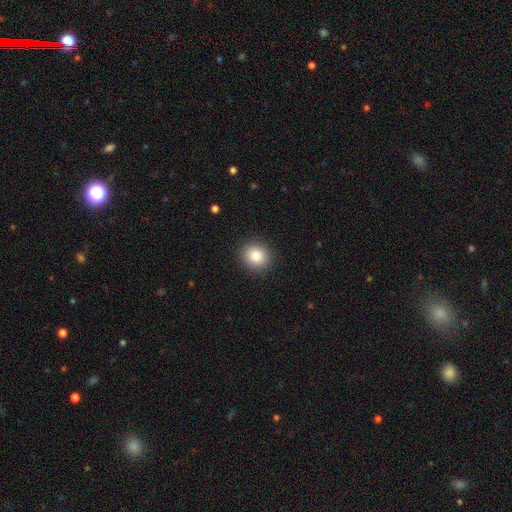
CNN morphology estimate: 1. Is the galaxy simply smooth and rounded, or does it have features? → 85% smooth, 9% star or artifact, 5% featured or disk.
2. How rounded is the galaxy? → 84% round, 15% in between, 1% cigar-shaped.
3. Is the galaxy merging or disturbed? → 91% none, 6% minor disturbance, 2% major disturbance, 1% merger.